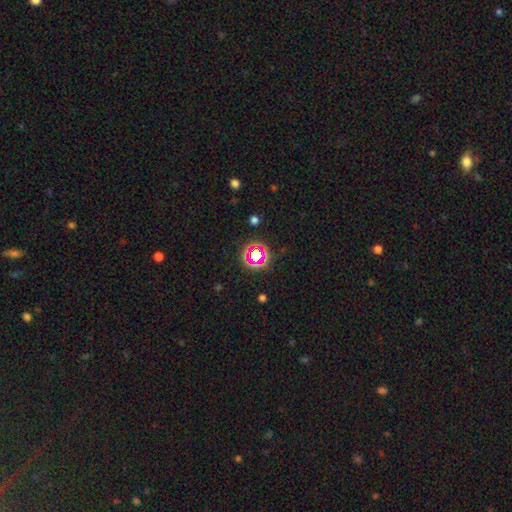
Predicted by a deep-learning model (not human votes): Smooth or featured?
  - star or artifact: 59% *
  - smooth: 29%
  - featured or disk: 12%